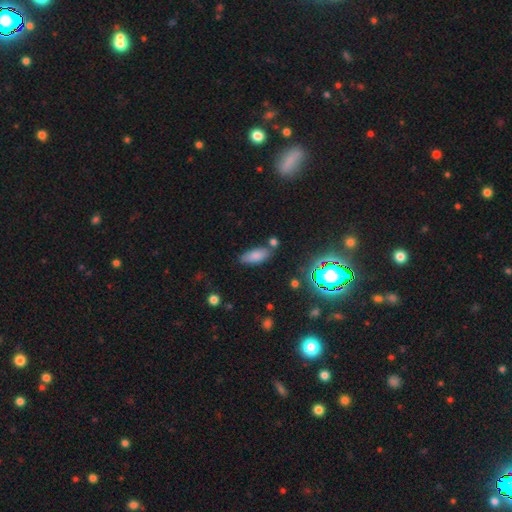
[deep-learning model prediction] smooth 77%, star or artifact 13%, featured or disk 9%. Down the decision tree: how rounded — in between (79%); merging — none (72%).